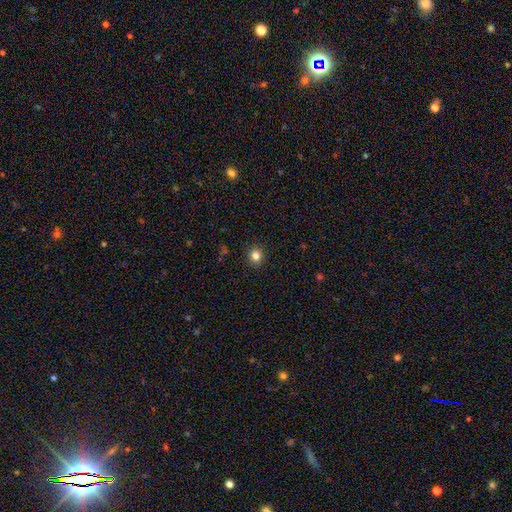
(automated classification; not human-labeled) smooth-or-featured: smooth: 82% | star or artifact: 13% | featured or disk: 5%
  how-rounded: round: 86% | in between: 13% | cigar-shaped: 1%
  merging: none: 91% | minor disturbance: 6% | major disturbance: 2% | merger: 1%